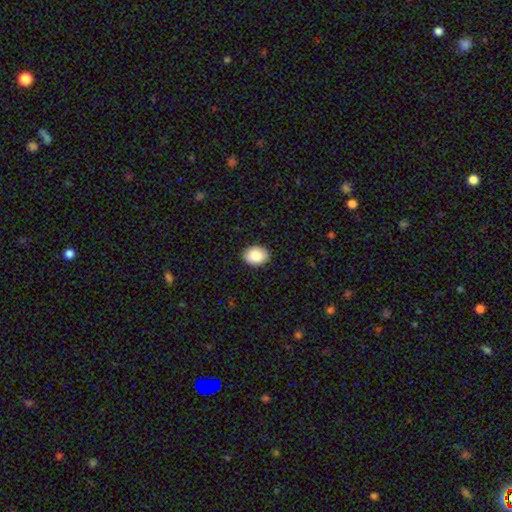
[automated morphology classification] Smooth or featured?
  - smooth: 89% *
  - star or artifact: 7%
  - featured or disk: 4%
How rounded?
  - in between: 72% *
  - round: 27%
  - cigar-shaped: 1%
Merging?
  - none: 89% *
  - minor disturbance: 8%
  - major disturbance: 2%
  - merger: 1%